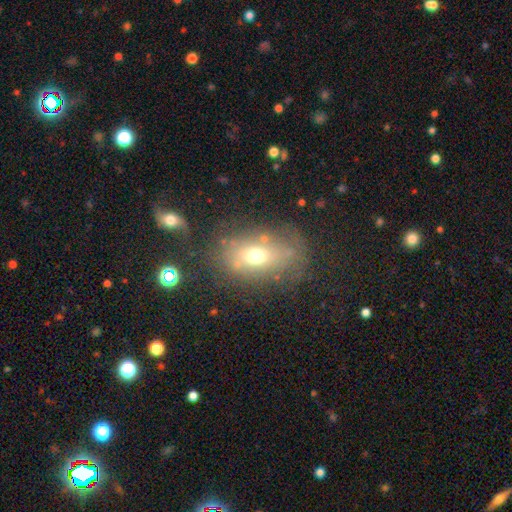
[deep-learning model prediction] smooth-or-featured: smooth: 57% | featured or disk: 29% | star or artifact: 14%
  how-rounded: in between: 77% | round: 20% | cigar-shaped: 3%
  merging: none: 56% | minor disturbance: 22% | major disturbance: 15% | merger: 7%